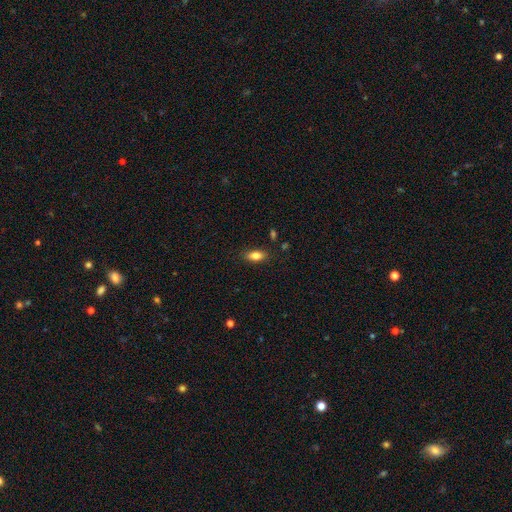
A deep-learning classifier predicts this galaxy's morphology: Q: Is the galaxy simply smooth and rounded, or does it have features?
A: smooth — 82%.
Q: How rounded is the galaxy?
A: in between — 86%.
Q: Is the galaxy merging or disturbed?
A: none — 85%.